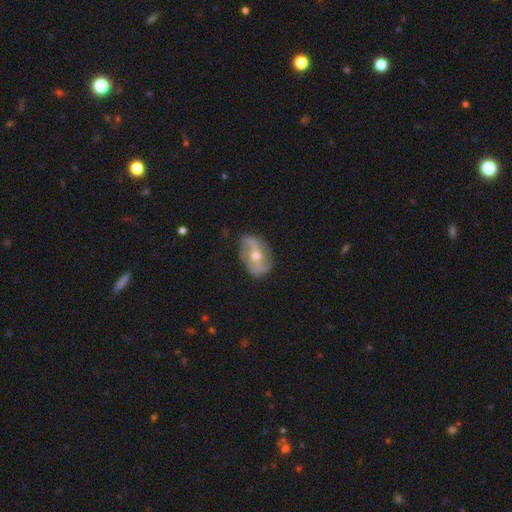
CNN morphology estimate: Q: Smooth or featured?
A: featured or disk (77%); runner-up: smooth (16%)
Q: Edge-on disk?
A: no (94%); runner-up: yes (6%)
Q: Bar?
A: no (42%); runner-up: weak (31%)
Q: Spiral arms?
A: yes (84%); runner-up: no (16%)
Q: Spiral winding?
A: loose (59%); runner-up: medium (28%)
Q: Spiral arm count?
A: 2 (85%); runner-up: can't tell (7%)
Q: Bulge size?
A: moderate (58%); runner-up: small (39%)
Q: Merging?
A: none (76%); runner-up: minor disturbance (17%)